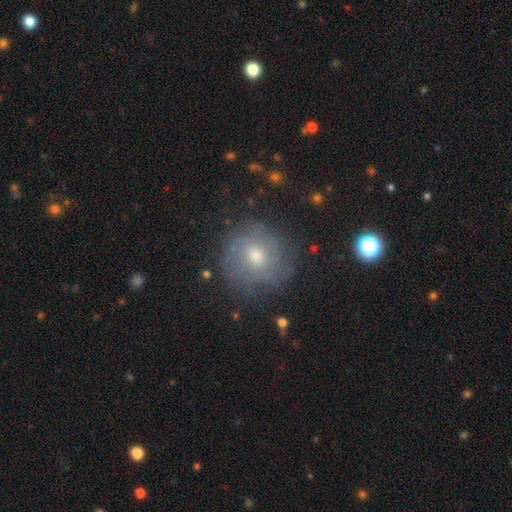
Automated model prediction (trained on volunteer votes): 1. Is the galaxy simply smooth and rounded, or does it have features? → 45% featured or disk, 41% smooth, 14% star or artifact.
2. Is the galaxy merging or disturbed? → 79% none, 14% minor disturbance, 6% major disturbance, 2% merger.